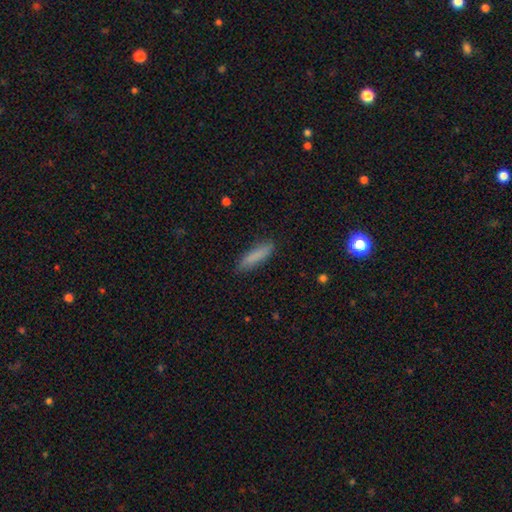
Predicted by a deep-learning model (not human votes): This appears to be a smooth galaxy with no disk features (84%) that is cigar-shaped (78%). Merging: none (85%).